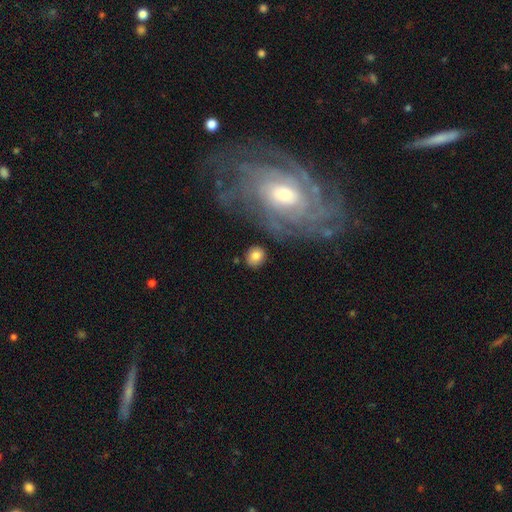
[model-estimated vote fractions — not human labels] Smooth or featured? Predicted: smooth (p=0.79). How rounded? Predicted: round (p=0.71). Merging? Predicted: none (p=0.82).